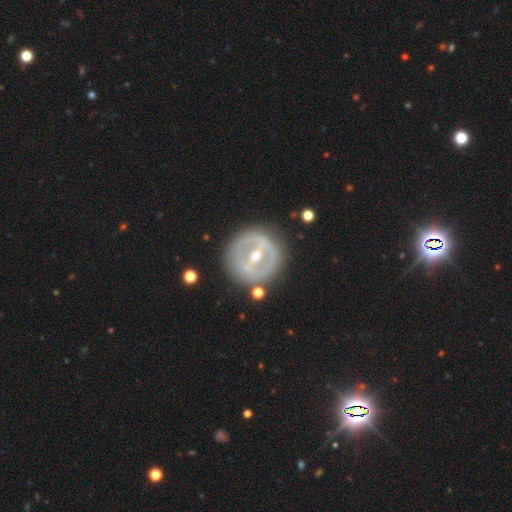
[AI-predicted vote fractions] Morphology: type=featured or disk (78%); edge-on=no (91%); bar=strong (66%); spiral arms=no (73%); bulge=small (51%); merging=none (84%).